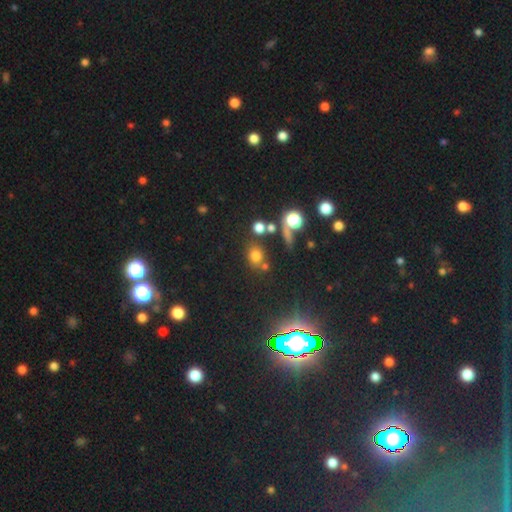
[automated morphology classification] Smooth or featured? Predicted: smooth (p=0.69). How rounded? Predicted: round (p=0.67). Merging? Predicted: none (p=0.69).